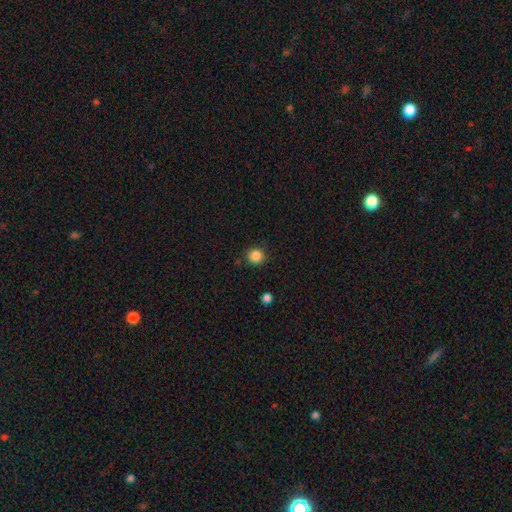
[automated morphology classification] smooth 86%, star or artifact 11%, featured or disk 3%. Down the decision tree: how rounded — round (94%); merging — none (88%).